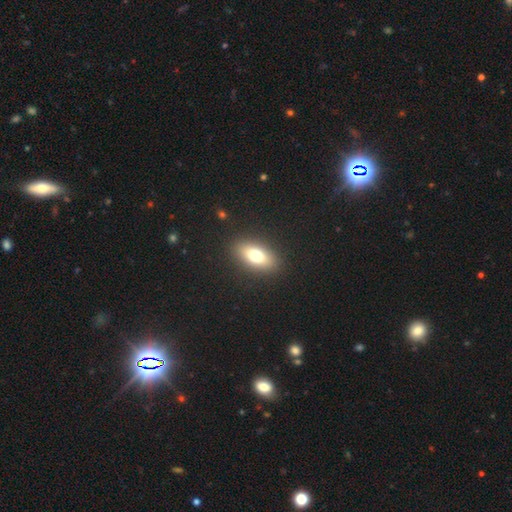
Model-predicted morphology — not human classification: Smooth or featured?
  - smooth: 73% *
  - featured or disk: 18%
  - star or artifact: 9%
How rounded?
  - in between: 83% *
  - cigar-shaped: 10%
  - round: 6%
Merging?
  - none: 89% *
  - minor disturbance: 7%
  - major disturbance: 3%
  - merger: 1%